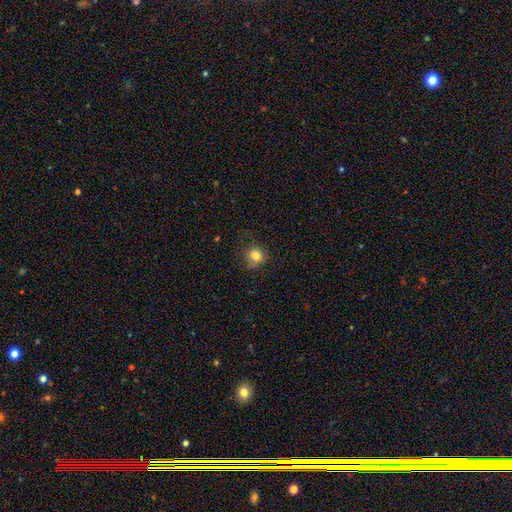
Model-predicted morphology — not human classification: Smooth or featured? smooth (81%)
How rounded? round (85%)
Merging? none (71%)